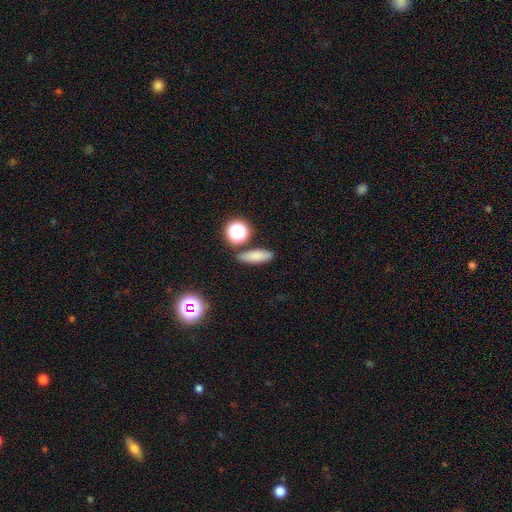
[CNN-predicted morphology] smooth-or-featured: smooth: 79% | star or artifact: 12% | featured or disk: 9%
  how-rounded: in between: 50% | cigar-shaped: 38% | round: 12%
  merging: none: 81% | minor disturbance: 10% | merger: 7% | major disturbance: 3%